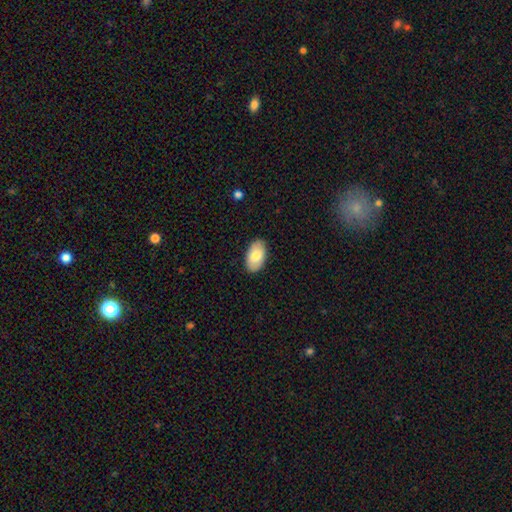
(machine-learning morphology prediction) This appears to be a smooth galaxy with no disk features (75%) that is in between round and cigar-shaped (95%). Merging: none (88%).